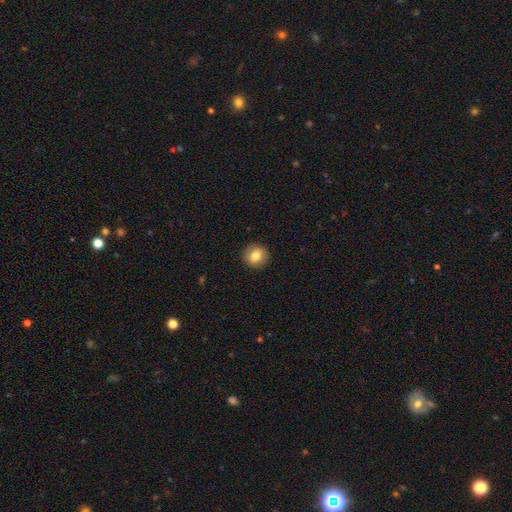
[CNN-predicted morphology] Q: Smooth or featured?
A: smooth (80%); runner-up: featured or disk (11%)
Q: How rounded?
A: round (90%); runner-up: in between (9%)
Q: Merging?
A: none (92%); runner-up: minor disturbance (6%)